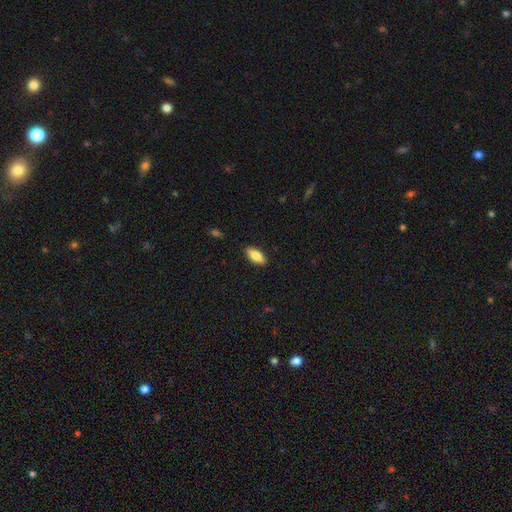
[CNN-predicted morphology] A smooth galaxy with no disk features (79%) that is in between round and cigar-shaped (78%). Merging: none (88%).